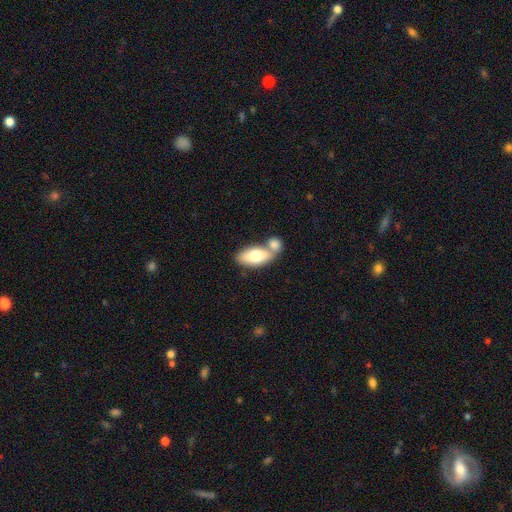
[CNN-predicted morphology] Smooth or featured: smooth — 72% (featured or disk — 23%)
How rounded: in between — 89% (cigar-shaped — 7%)
Merging: merger — 47% (none — 39%)